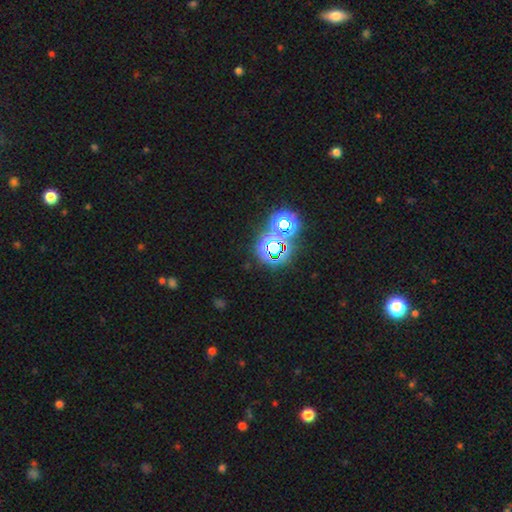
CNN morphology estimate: A star or artifact, not a galaxy (65%).